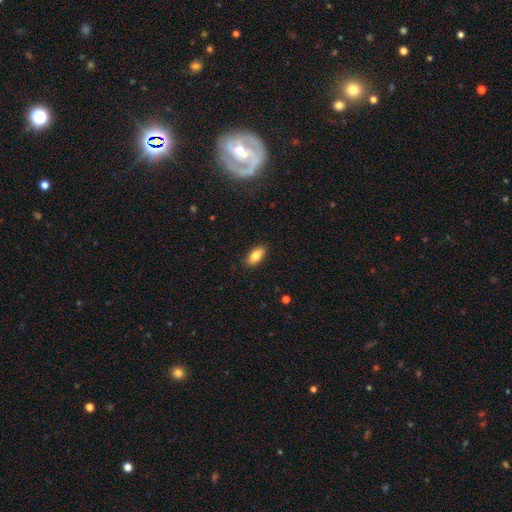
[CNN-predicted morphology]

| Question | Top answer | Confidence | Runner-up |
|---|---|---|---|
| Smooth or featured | smooth | 82% | featured or disk (11%) |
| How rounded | in between | 89% | cigar-shaped (7%) |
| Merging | none | 86% | minor disturbance (11%) |